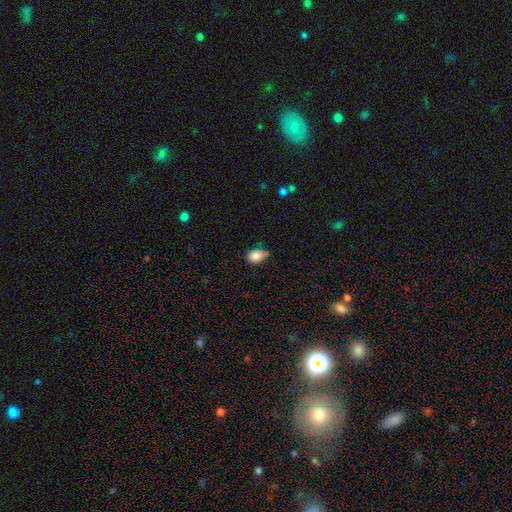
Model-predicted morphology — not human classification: This is clearly a smooth galaxy (84%). How rounded: likely in between (79%). Merging: possibly none (53%).